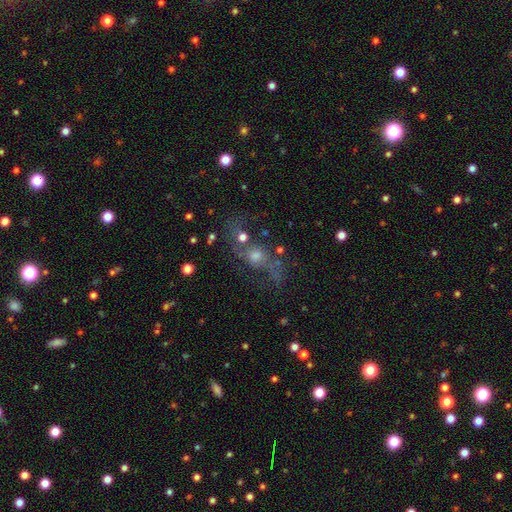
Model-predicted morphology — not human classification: smooth-or-featured: featured or disk: 52% | smooth: 26% | star or artifact: 22%
  disk-edge-on: no: 83% | yes: 17%
  merging: none: 54% | major disturbance: 19% | minor disturbance: 16% | merger: 11%